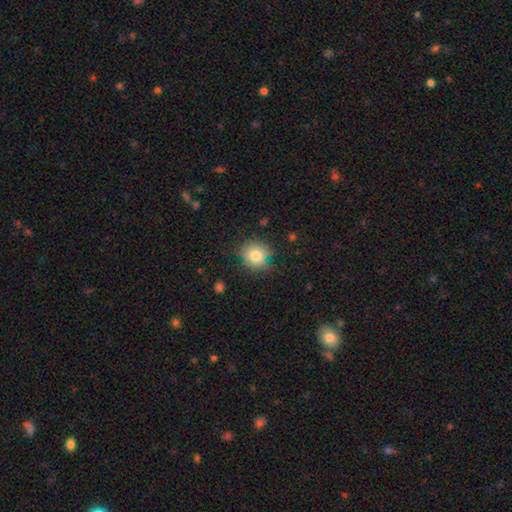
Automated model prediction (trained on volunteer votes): The model was most divided on "merging": none: 77%, minor disturbance: 17%, major disturbance: 4%, merger: 2%. More confident: how rounded — round (80%); smooth or featured — smooth (80%).